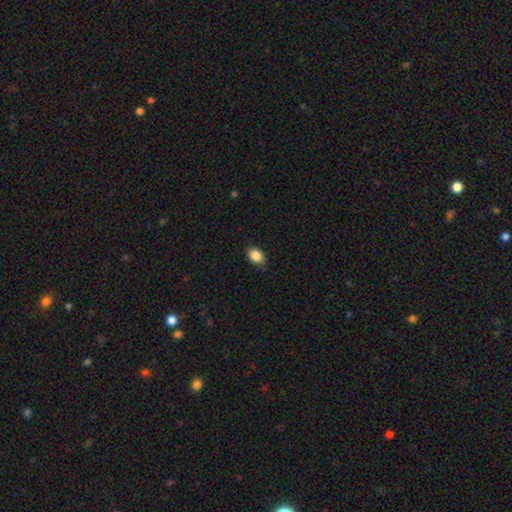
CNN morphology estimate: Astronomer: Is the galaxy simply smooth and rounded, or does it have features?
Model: smooth — 88%.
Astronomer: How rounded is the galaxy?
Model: in between — 78%.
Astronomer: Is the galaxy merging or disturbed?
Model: none — 86%.